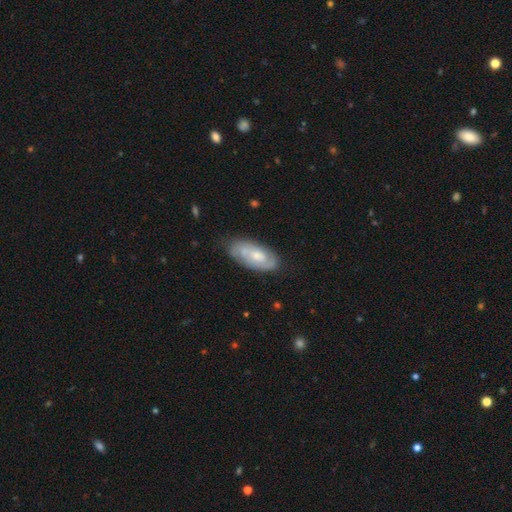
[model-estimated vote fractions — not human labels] Smooth or featured?
  - featured or disk: 62% *
  - smooth: 32%
  - star or artifact: 6%
Edge-on disk?
  - no: 92% *
  - yes: 8%
Bar?
  - no: 60% *
  - weak: 34%
  - strong: 6%
Spiral arms?
  - yes: 83% *
  - no: 17%
Bulge size?
  - moderate: 49% *
  - small: 41%
  - none: 5%
  - large: 4%
  - dominant: 1%
Merging?
  - none: 72% *
  - minor disturbance: 21%
  - major disturbance: 5%
  - merger: 2%